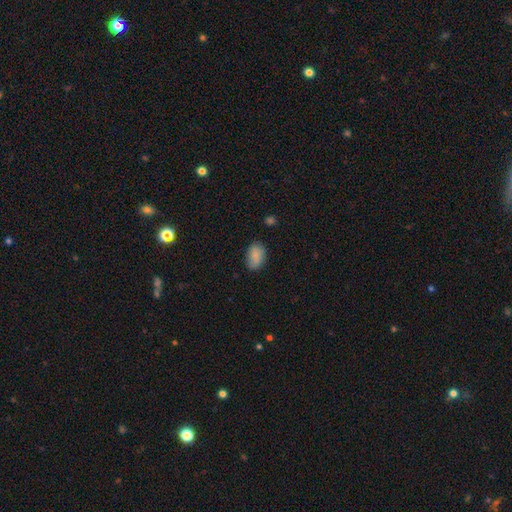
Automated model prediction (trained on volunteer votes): Smooth or featured? smooth (87%)
How rounded? in between (90%)
Merging? none (81%)